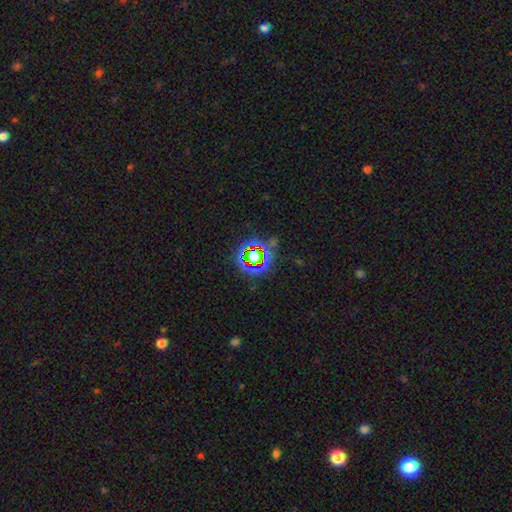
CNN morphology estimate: This appears to be a star or artifact, not a galaxy (68%).